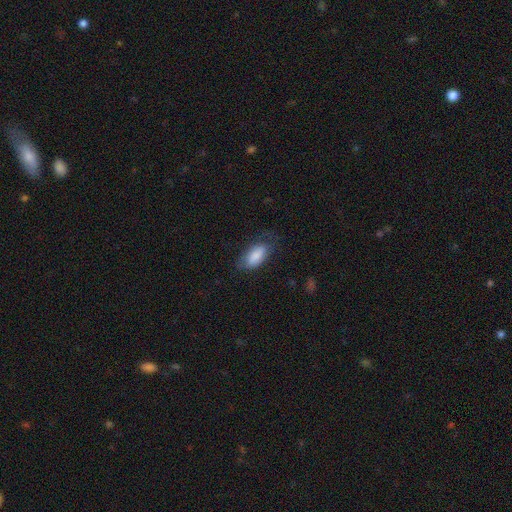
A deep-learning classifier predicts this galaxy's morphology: The model was most divided on "merging": none: 60%, minor disturbance: 26%, major disturbance: 12%, merger: 1%. More confident: how rounded — in between (92%); smooth or featured — smooth (83%).